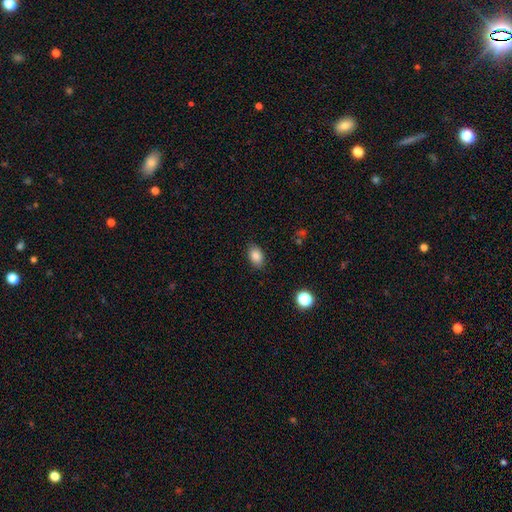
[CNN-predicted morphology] Overall: smooth (85%). How rounded: in between (87%). Merging: none (86%).